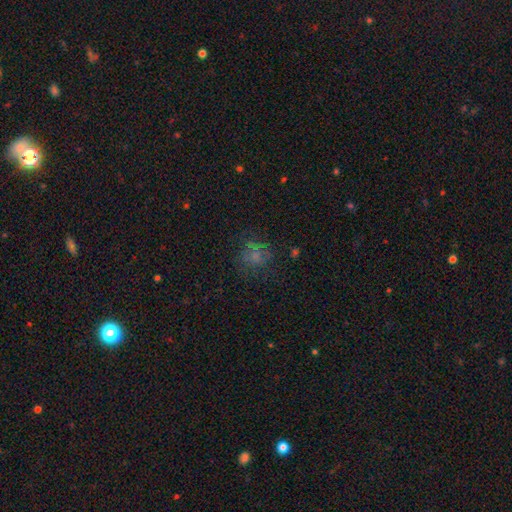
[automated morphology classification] A smooth galaxy with no disk features (55%) that is round (76%).

Vote fractions:
- Smooth or featured? smooth: 55% / featured or disk: 24% / star or artifact: 21%
- How rounded? round: 76% / in between: 23% / cigar-shaped: 1%
- Merging? none: 61% / minor disturbance: 18% / major disturbance: 17% / merger: 3%